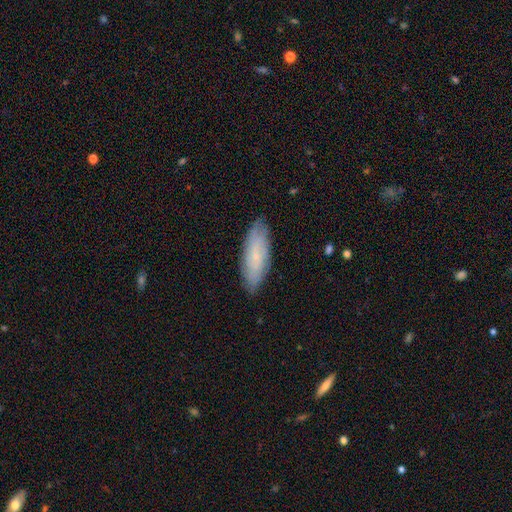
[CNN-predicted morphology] smooth-or-featured: smooth: 54% | featured or disk: 39% | star or artifact: 8%
  how-rounded: in between: 63% | cigar-shaped: 35% | round: 2%
  merging: none: 84% | minor disturbance: 13% | major disturbance: 2% | merger: 1%